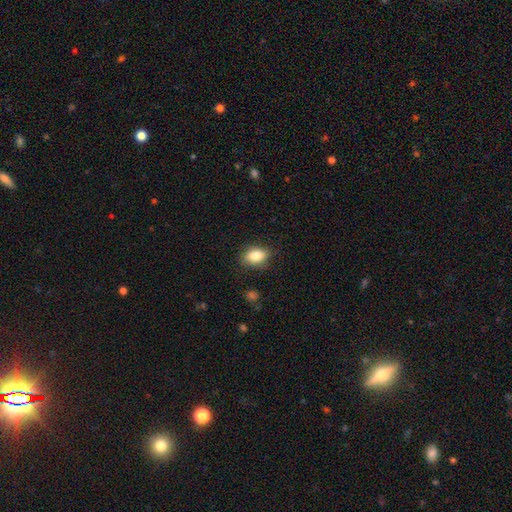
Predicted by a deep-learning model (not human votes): smooth-or-featured: smooth: 84% | featured or disk: 8% | star or artifact: 8%
  how-rounded: in between: 83% | round: 15% | cigar-shaped: 2%
  merging: none: 83% | minor disturbance: 13% | major disturbance: 3% | merger: 1%